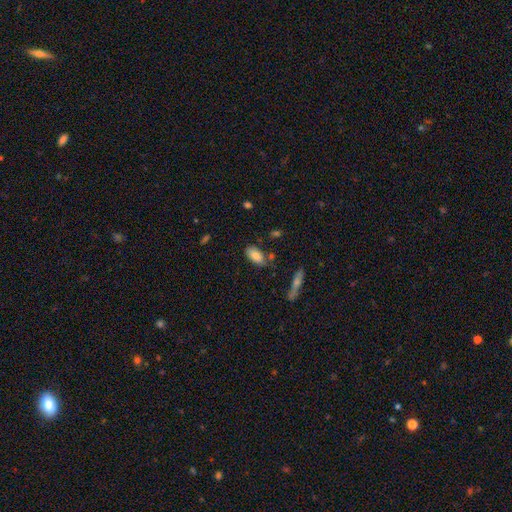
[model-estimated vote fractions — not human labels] Morphology: type=smooth (80%); roundness=in between (91%); merging=none (71%).